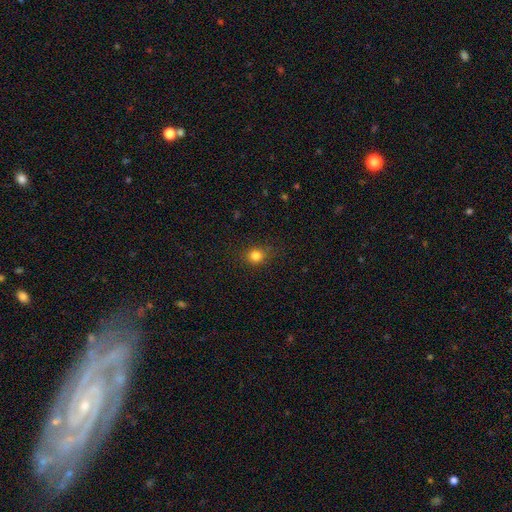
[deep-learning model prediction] Overall: smooth (82%). How rounded: round (81%). Merging: none (84%).